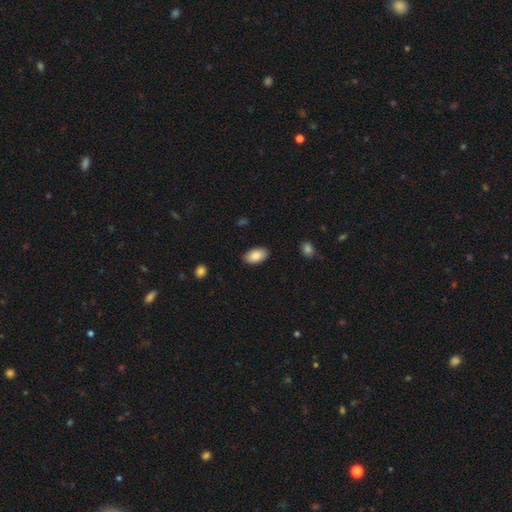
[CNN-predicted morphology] This appears to be a smooth galaxy with no disk features (87%) that is in between round and cigar-shaped (95%). Merging: none (86%).